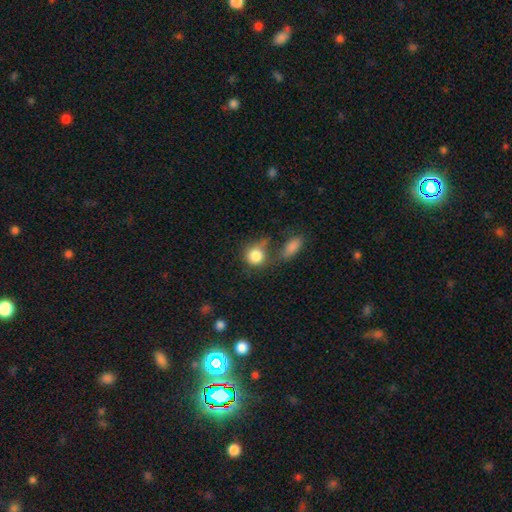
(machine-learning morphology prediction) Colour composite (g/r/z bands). It shows a smooth galaxy with no disk features (83%) that is round (80%). Merging: none (41%).